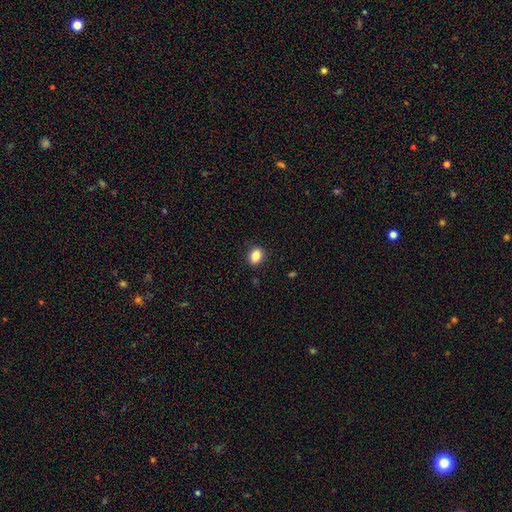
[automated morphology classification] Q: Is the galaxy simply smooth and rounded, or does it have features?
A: smooth — 86%.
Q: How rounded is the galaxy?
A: in between — 57%.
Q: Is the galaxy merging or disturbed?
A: none — 89%.